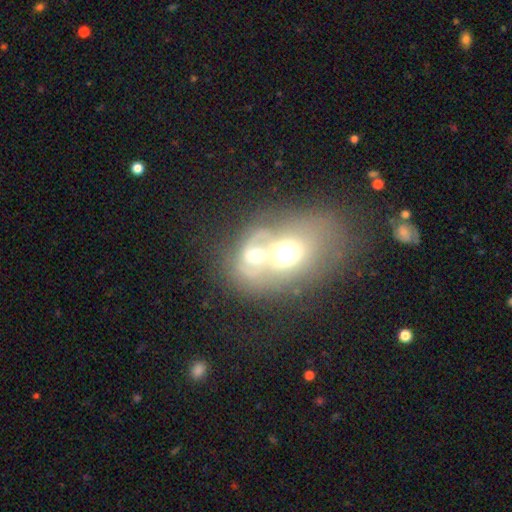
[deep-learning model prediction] This appears to be a featured or disk galaxy (57%) with no bar (66%), spiral arms (63%) and a moderate central bulge (61%). Merging: merger (77%).